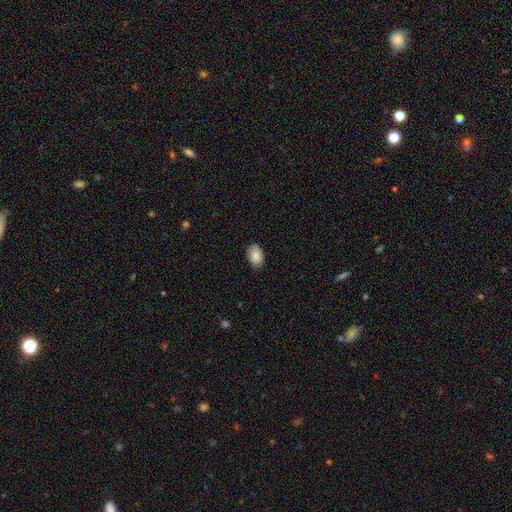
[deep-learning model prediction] Morphology: type=smooth (88%); roundness=in between (87%); merging=none (85%).